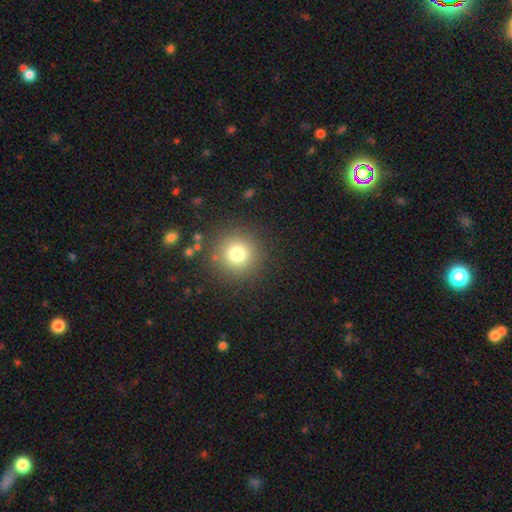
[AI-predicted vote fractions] Smooth or featured? smooth (64%)
How rounded? round (95%)
Merging? none (89%)